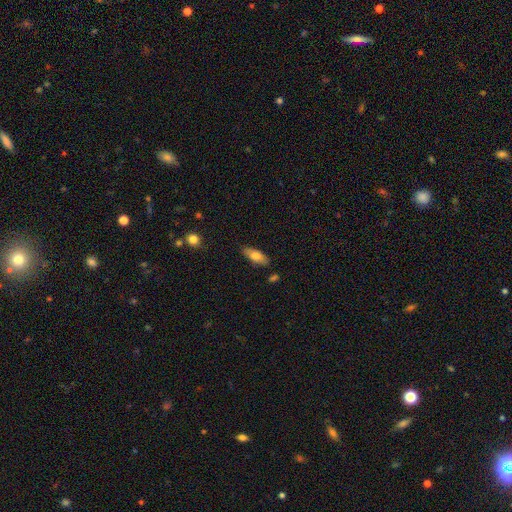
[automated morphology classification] Smooth or featured? smooth (74%)
How rounded? in between (72%)
Merging? none (82%)